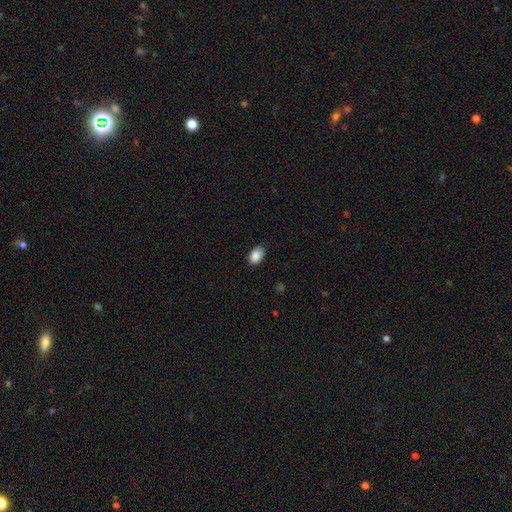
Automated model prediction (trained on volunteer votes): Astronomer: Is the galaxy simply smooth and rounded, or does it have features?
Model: smooth — 88%.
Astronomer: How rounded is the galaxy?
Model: in between — 89%.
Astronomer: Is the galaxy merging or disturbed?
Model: none — 80%.